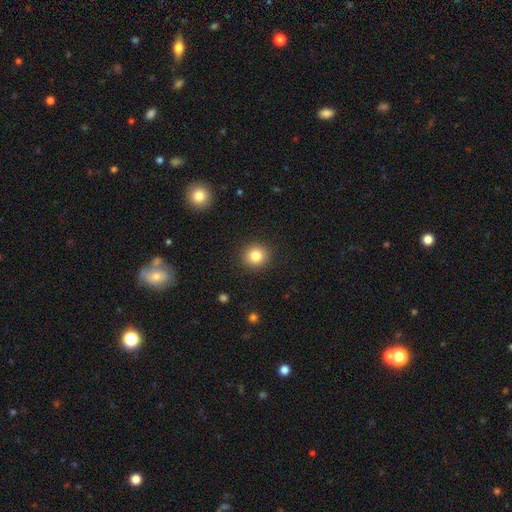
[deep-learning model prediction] A smooth galaxy with no disk features (83%) that is round (90%).

Vote fractions:
- Smooth or featured? smooth: 83% / star or artifact: 10% / featured or disk: 7%
- How rounded? round: 90% / in between: 9% / cigar-shaped: 1%
- Merging? none: 91% / minor disturbance: 6% / major disturbance: 2% / merger: 1%